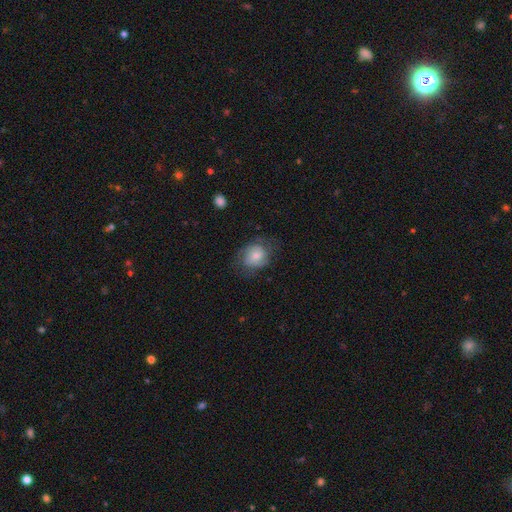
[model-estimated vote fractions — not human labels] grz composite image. It shows a smooth galaxy with no disk features (52%) that is round (57%). Merging: none (60%).